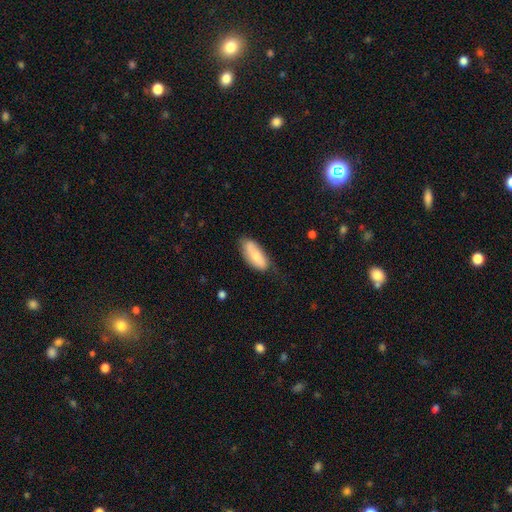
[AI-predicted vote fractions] Overall: smooth (70%). How rounded: in between (84%). Merging: none (57%; minor disturbance 31%).